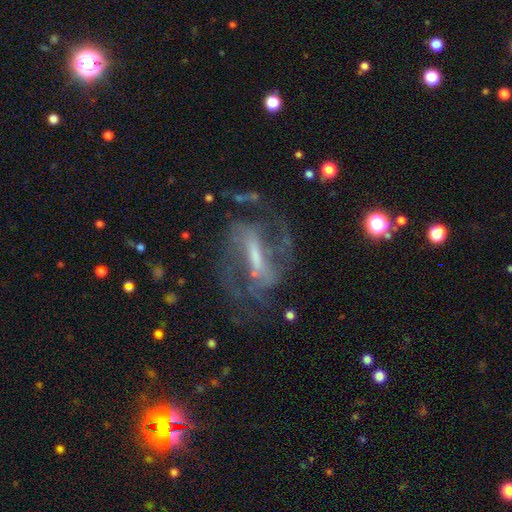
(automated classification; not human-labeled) A featured or disk galaxy (85%) with a strong bar (58%), 2 (70%) medium (51%) spiral arms (92%) and a small central bulge (40%).

Vote fractions:
- Smooth or featured? featured or disk: 85% / star or artifact: 8% / smooth: 8%
- Edge-on disk? no: 93% / yes: 7%
- Bar? strong: 58% / weak: 32% / no: 10%
- Spiral arms? yes: 92% / no: 8%
- Spiral winding? medium: 51% / loose: 27% / tight: 22%
- Spiral arm count? 2: 70% / can't tell: 14% / 3: 7% / 1: 4% / 4: 3% / more than 4: 3%
- Bulge size? small: 40% / moderate: 31% / none: 21% / large: 8% / dominant: 2%
- Merging? none: 62% / major disturbance: 19% / minor disturbance: 17% / merger: 3%